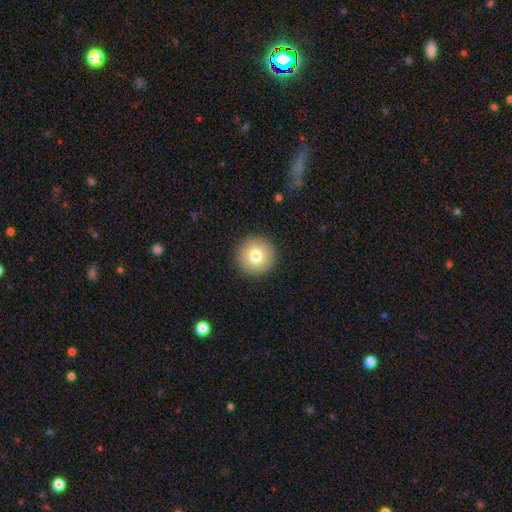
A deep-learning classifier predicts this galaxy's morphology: Smooth or featured? Predicted: smooth (p=0.77). How rounded? Predicted: round (p=0.96). Merging? Predicted: none (p=0.93).